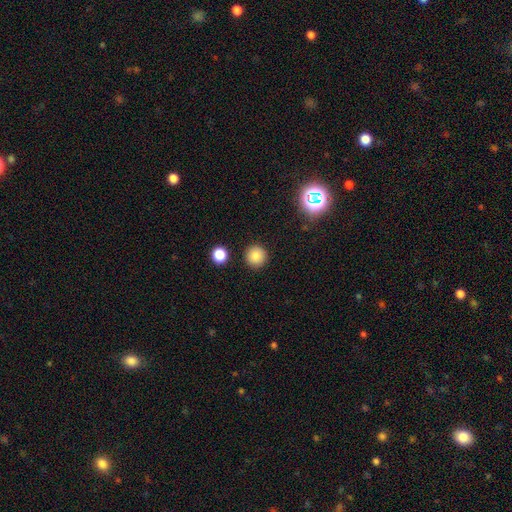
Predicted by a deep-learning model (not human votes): smooth-or-featured: smooth: 83% | star or artifact: 12% | featured or disk: 5%
  how-rounded: round: 95% | in between: 4% | cigar-shaped: 1%
  merging: none: 91% | minor disturbance: 5% | major disturbance: 2% | merger: 2%